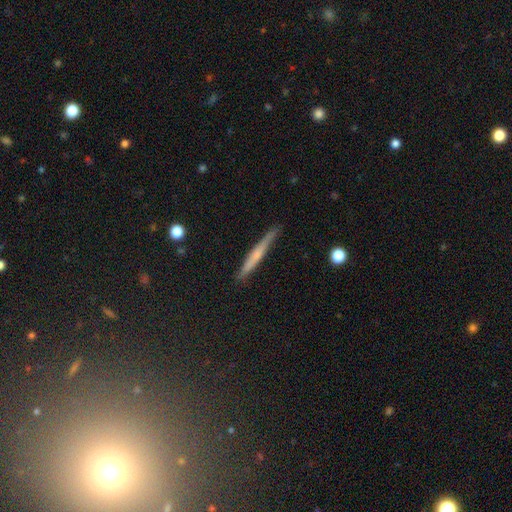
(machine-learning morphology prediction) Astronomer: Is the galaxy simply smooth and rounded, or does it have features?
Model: featured or disk — 47% (runner-up: smooth, 45%).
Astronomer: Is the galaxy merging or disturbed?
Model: none — 86%.